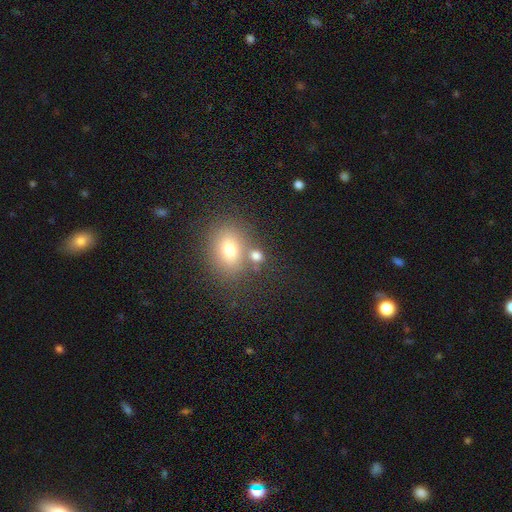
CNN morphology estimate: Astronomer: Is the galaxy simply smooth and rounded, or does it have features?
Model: smooth — 73%.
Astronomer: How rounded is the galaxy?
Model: round — 54% (runner-up: in between, 44%).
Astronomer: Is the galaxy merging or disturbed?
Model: none — 58%.